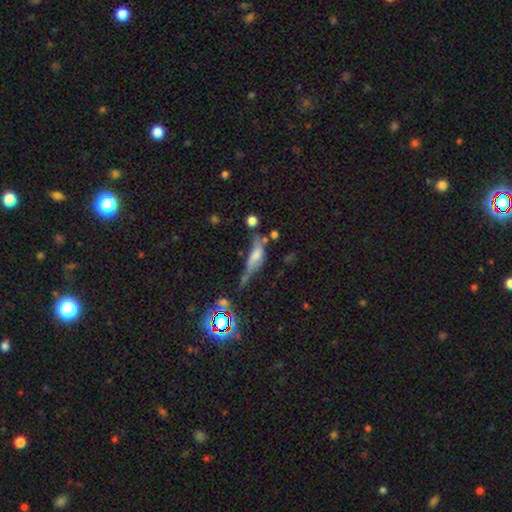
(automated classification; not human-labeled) Morphology: type=smooth (54%); roundness=in between (58%); merging=major disturbance (26%).